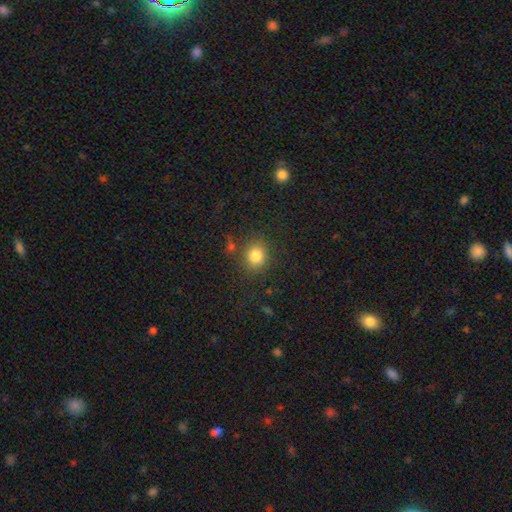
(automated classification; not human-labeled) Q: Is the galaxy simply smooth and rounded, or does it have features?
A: smooth — 82%.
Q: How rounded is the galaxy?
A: round — 77%.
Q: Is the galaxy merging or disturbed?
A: none — 80%.